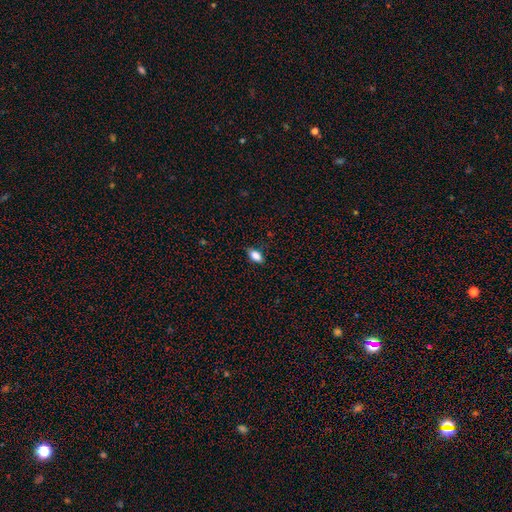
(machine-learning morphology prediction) Q: Smooth or featured?
A: smooth (84%); runner-up: star or artifact (9%)
Q: How rounded?
A: in between (88%); runner-up: cigar-shaped (7%)
Q: Merging?
A: none (84%); runner-up: minor disturbance (12%)